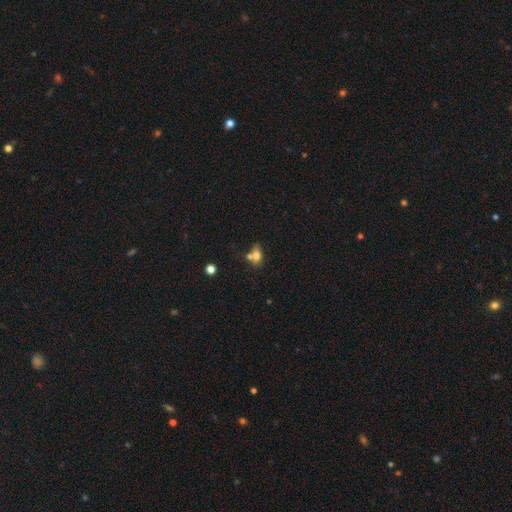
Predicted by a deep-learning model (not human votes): Morphology: type=smooth (68%); roundness=in between (62%); merging=merger (42%).